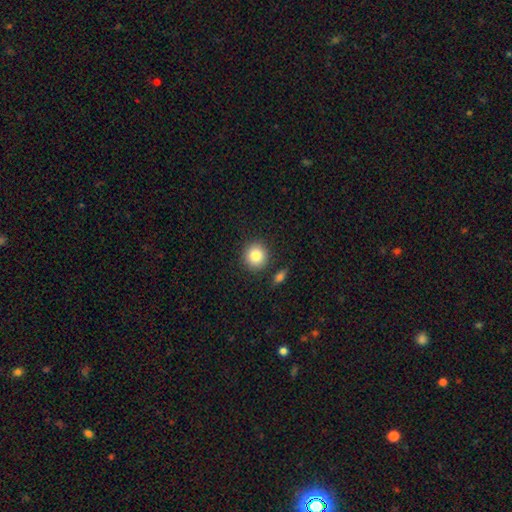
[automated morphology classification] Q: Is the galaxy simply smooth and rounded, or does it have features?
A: smooth — 84%.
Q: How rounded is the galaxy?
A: round — 90%.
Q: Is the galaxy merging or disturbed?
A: none — 86%.